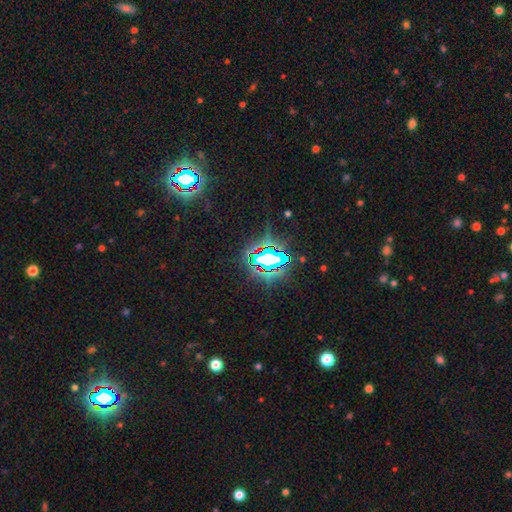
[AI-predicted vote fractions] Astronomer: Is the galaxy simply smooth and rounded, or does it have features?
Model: star or artifact — 76%.